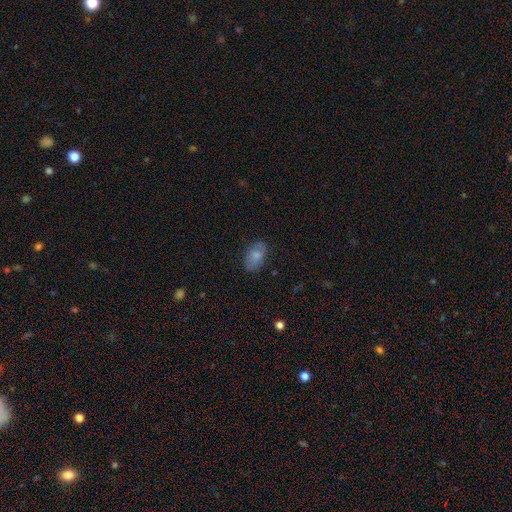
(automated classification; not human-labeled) Morphology: type=smooth (76%); roundness=in between (90%); merging=none (75%).